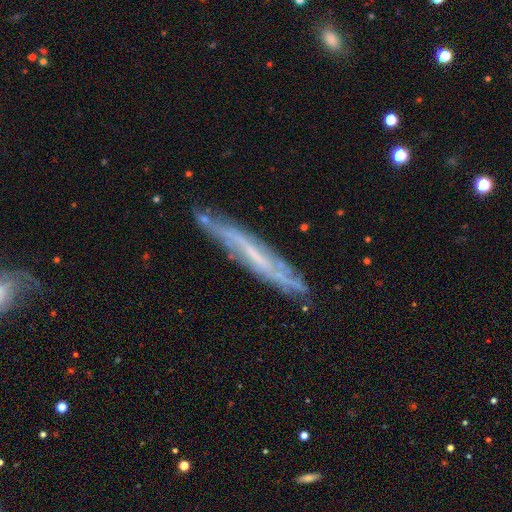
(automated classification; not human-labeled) A featured or disk galaxy (69%) viewed edge-on (65%). Merging: none (73%).